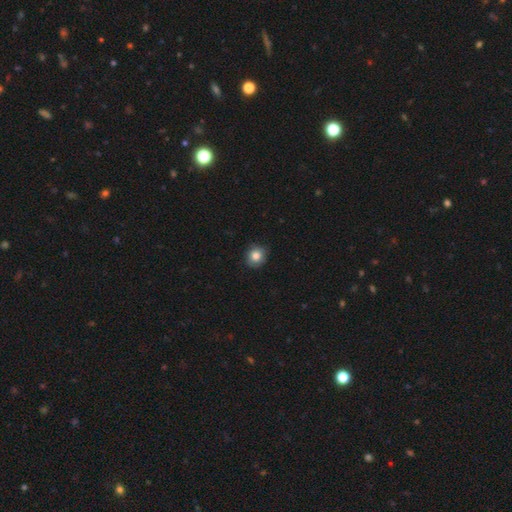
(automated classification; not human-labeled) Smooth or featured? Predicted: smooth (p=0.82). How rounded? Predicted: round (p=0.81). Merging? Predicted: none (p=0.85).